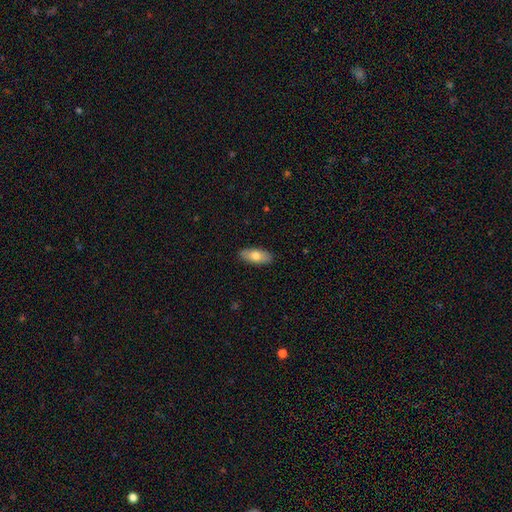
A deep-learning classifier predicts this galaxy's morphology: Smooth or featured? Predicted: smooth (p=0.75). How rounded? Predicted: in between (p=0.85). Merging? Predicted: none (p=0.89).